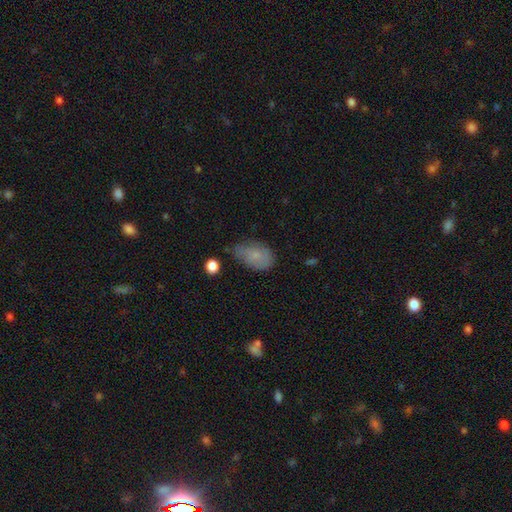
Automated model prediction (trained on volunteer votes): Smooth or featured?
  - smooth: 73% *
  - featured or disk: 18%
  - star or artifact: 8%
How rounded?
  - in between: 89% *
  - round: 9%
  - cigar-shaped: 2%
Merging?
  - none: 53% *
  - minor disturbance: 35%
  - major disturbance: 9%
  - merger: 3%